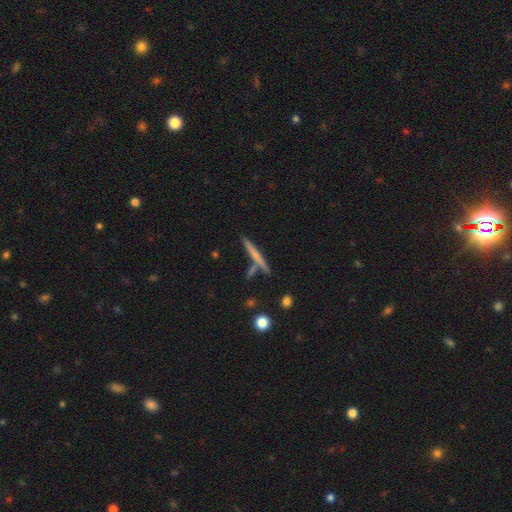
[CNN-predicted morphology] smooth_or_featured: smooth (p=0.54) [alt: featured or disk p=0.39]
how_rounded: cigar-shaped (p=0.94) [alt: in between p=0.04]
merging: none (p=0.74) [alt: merger p=0.13]